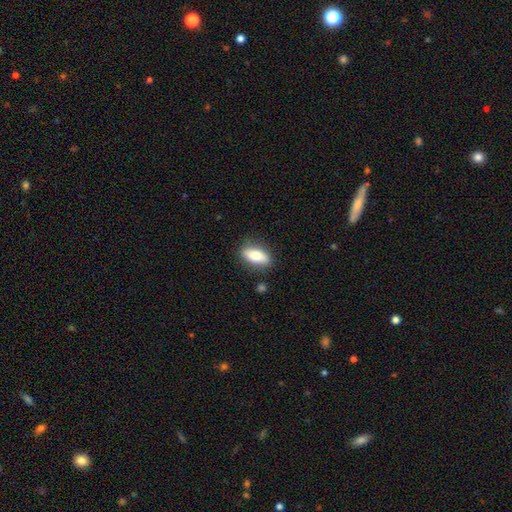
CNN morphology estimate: Smooth or featured?
  - smooth: 76% *
  - featured or disk: 18%
  - star or artifact: 6%
How rounded?
  - in between: 79% *
  - cigar-shaped: 17%
  - round: 4%
Merging?
  - none: 82% *
  - minor disturbance: 13%
  - major disturbance: 3%
  - merger: 2%